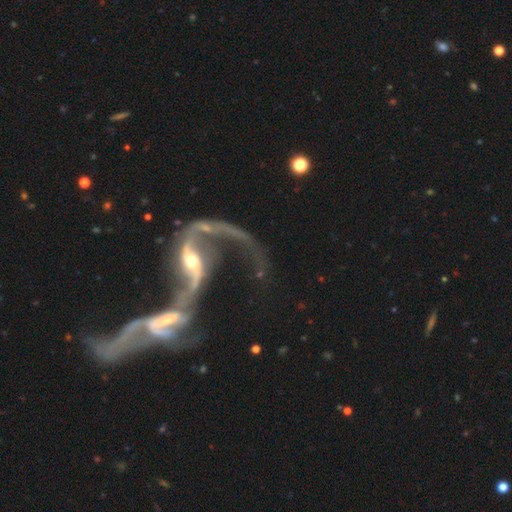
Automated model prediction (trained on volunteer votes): The model was most divided on "bulge size": moderate: 45%, small: 43%, none: 6%, large: 4%, dominant: 2%. Remaining: edge-on disk — no (91%); spiral arms — yes (88%); smooth or featured — featured or disk (85%); spiral winding — loose (79%); spiral arm count — 2 (73%); merging — merger (67%); bar — no (40%).